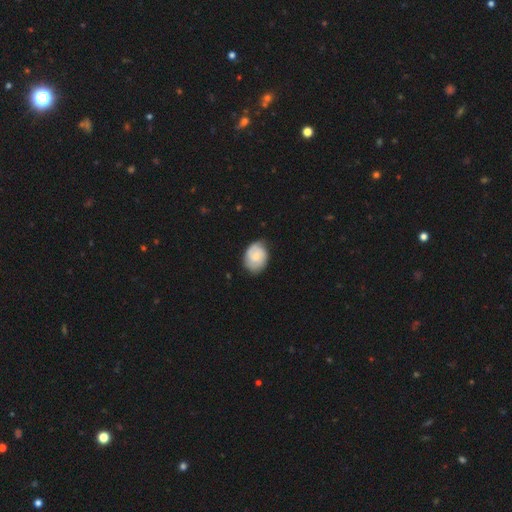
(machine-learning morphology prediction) This appears to be a smooth galaxy with no disk features (49%). Merging: none (73%).